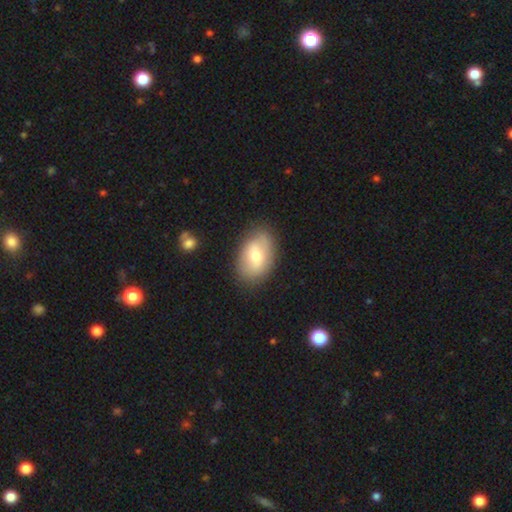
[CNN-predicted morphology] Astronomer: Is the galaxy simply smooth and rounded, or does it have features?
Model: smooth — 59%.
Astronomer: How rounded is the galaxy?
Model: in between — 87%.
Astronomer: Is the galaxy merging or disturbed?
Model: none — 82%.